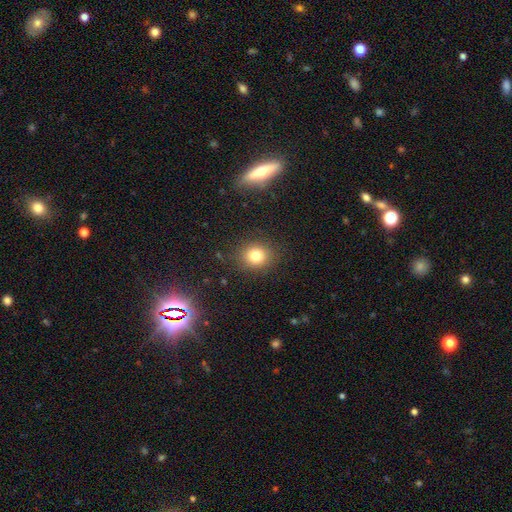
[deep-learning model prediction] smooth_or_featured: smooth (p=0.79) [alt: star or artifact p=0.14]
how_rounded: round (p=0.76) [alt: in between p=0.23]
merging: none (p=0.87) [alt: minor disturbance p=0.08]